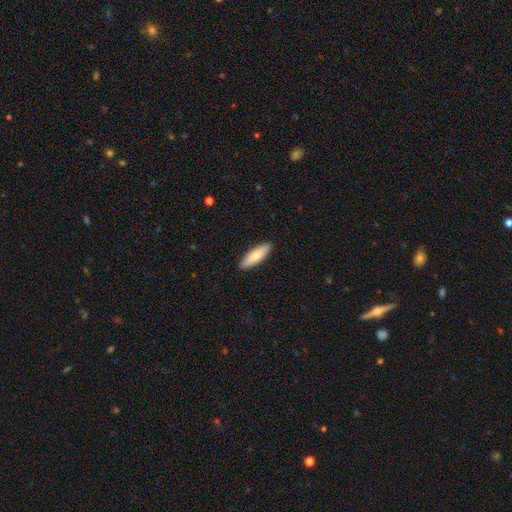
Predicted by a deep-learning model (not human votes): Smooth or featured? Predicted: smooth (p=0.81). How rounded? Predicted: cigar-shaped (p=0.51). Merging? Predicted: none (p=0.91).